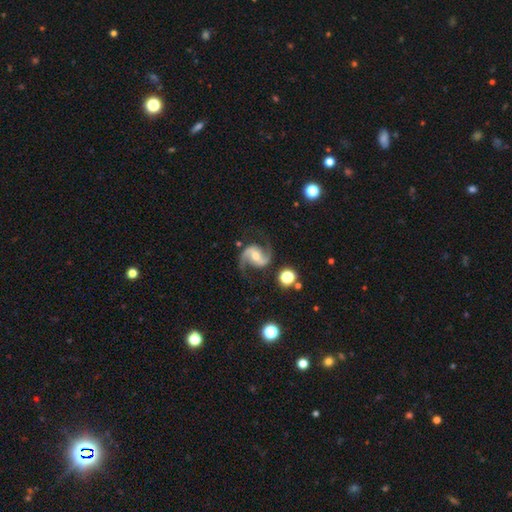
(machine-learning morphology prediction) smooth-or-featured: featured or disk: 91% | star or artifact: 5% | smooth: 4%
  disk-edge-on: no: 98% | yes: 2%
    bar: weak: 39% | no: 32% | strong: 29%
    has-spiral-arms: yes: 98% | no: 2%
      spiral-winding: medium: 49% | loose: 41% | tight: 10%
      spiral-arm-count: 2: 94% | can't tell: 1% | 1: 1% | 3: 1% | 4: 1% | more than 4: 1%
    bulge-size: moderate: 56% | small: 38% | large: 3% | none: 2% | dominant: 1%
  merging: none: 81% | minor disturbance: 12% | major disturbance: 5% | merger: 2%